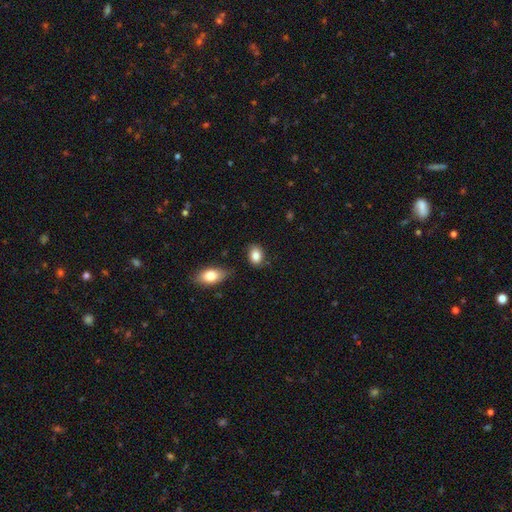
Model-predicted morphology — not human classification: A smooth galaxy with no disk features (85%) that is in between round and cigar-shaped (72%). Merging: none (82%).